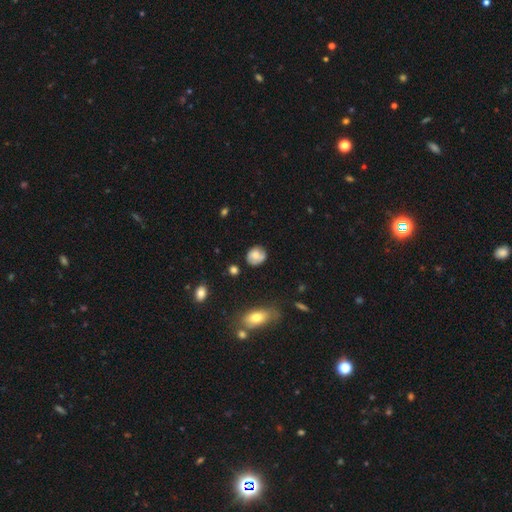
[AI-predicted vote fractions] smooth_or_featured: smooth (p=0.67) [alt: featured or disk p=0.25]
how_rounded: round (p=0.63) [alt: in between p=0.36]
merging: none (p=0.68) [alt: minor disturbance p=0.23]